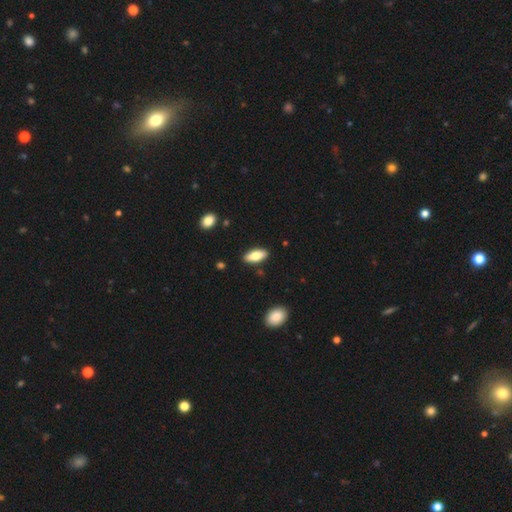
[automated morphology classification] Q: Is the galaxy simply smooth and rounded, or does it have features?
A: smooth — 72%.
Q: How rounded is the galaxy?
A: in between — 78%.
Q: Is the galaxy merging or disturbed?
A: none — 88%.